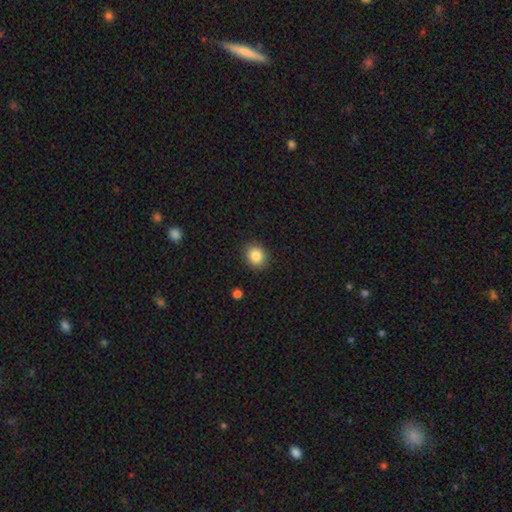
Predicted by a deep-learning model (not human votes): smooth_or_featured: smooth (p=0.85) [alt: star or artifact p=0.10]
how_rounded: round (p=0.70) [alt: in between p=0.29]
merging: none (p=0.88) [alt: minor disturbance p=0.08]